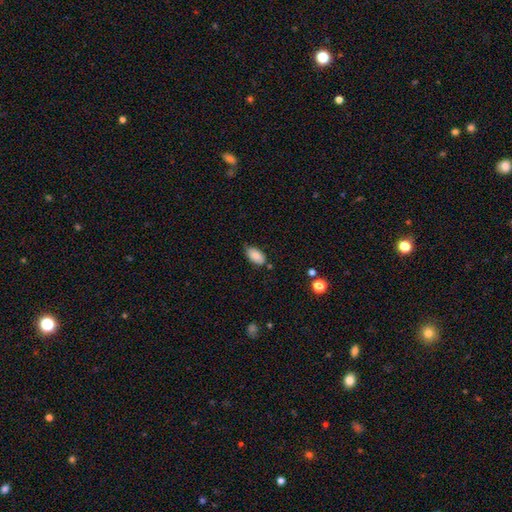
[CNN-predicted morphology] smooth 86%, star or artifact 7%, featured or disk 6%. Down the decision tree: how rounded — in between (94%); merging — none (68%).